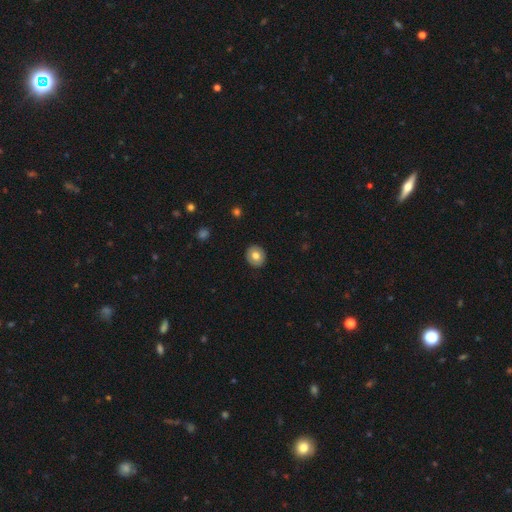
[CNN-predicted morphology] The model was most divided on "smooth or featured": smooth: 75%, featured or disk: 17%, star or artifact: 8%. More confident: merging — none (91%); how rounded — round (80%).